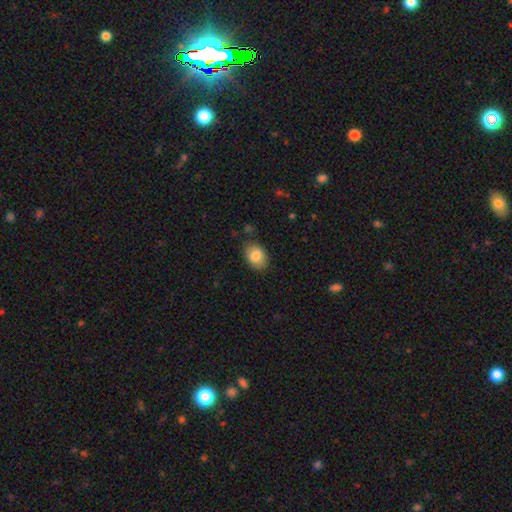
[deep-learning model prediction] A smooth galaxy with no disk features (84%) that is in between round and cigar-shaped (74%). Merging: none (84%).